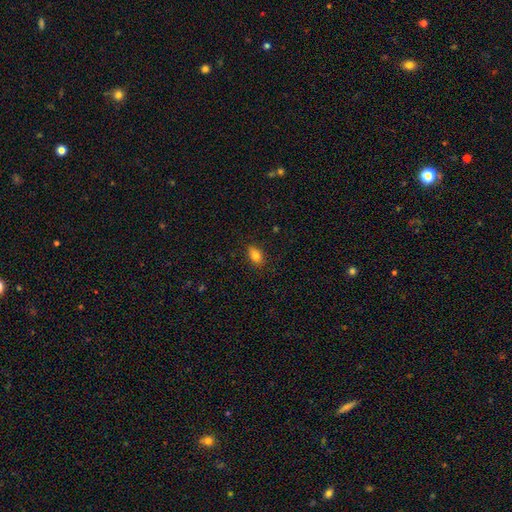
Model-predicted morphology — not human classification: This is likely a smooth galaxy (80%). How rounded: clearly in between (83%). Merging: clearly none (85%).